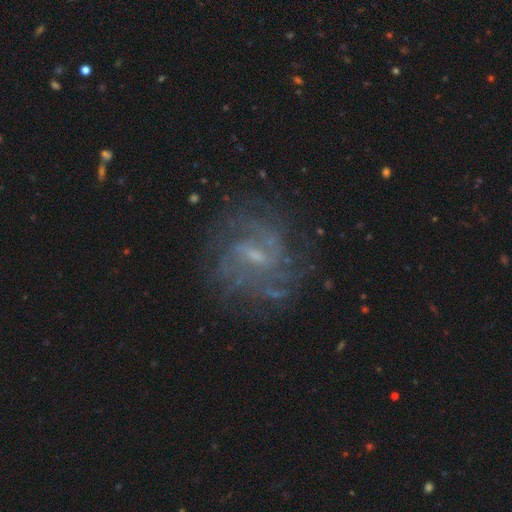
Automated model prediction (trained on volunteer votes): A featured or disk galaxy (80%) with a weak bar (59%), tight (43%) spiral arms (90%) and a small central bulge (61%).

Vote fractions:
- Smooth or featured? featured or disk: 80% / star or artifact: 11% / smooth: 9%
- Edge-on disk? no: 97% / yes: 3%
- Bar? weak: 59% / no: 22% / strong: 19%
- Spiral arms? yes: 90% / no: 10%
- Spiral winding? tight: 43% / medium: 41% / loose: 16%
- Spiral arm count? can't tell: 40% / 2: 23% / 3: 14% / 4: 11% / more than 4: 6% / 1: 6%
- Bulge size? small: 61% / moderate: 25% / none: 12% / large: 1% / dominant: 1%
- Merging? none: 74% / minor disturbance: 14% / major disturbance: 10% / merger: 2%